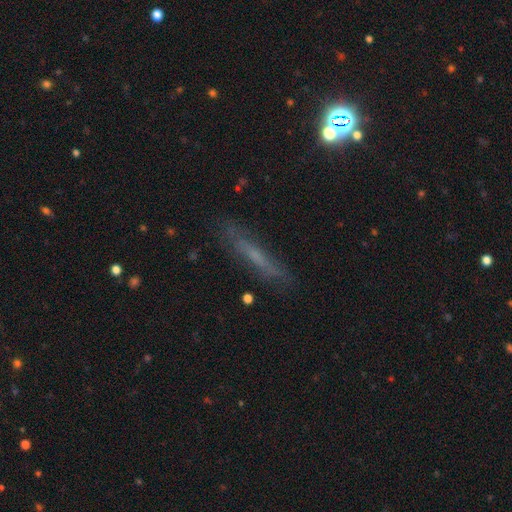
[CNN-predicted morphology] A featured or disk galaxy (47%).

Vote fractions:
- Smooth or featured? featured or disk: 47% / smooth: 38% / star or artifact: 15%
- Merging? none: 79% / minor disturbance: 15% / major disturbance: 4% / merger: 2%